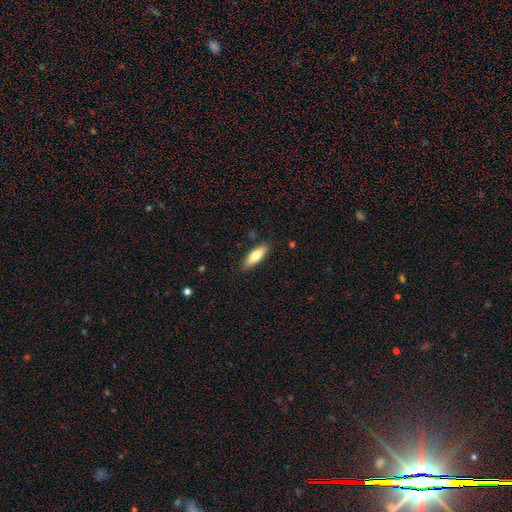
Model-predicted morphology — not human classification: smooth-or-featured: smooth: 73% | featured or disk: 21% | star or artifact: 6%
  how-rounded: in between: 54% | cigar-shaped: 45% | round: 2%
  merging: none: 86% | minor disturbance: 10% | major disturbance: 2% | merger: 1%